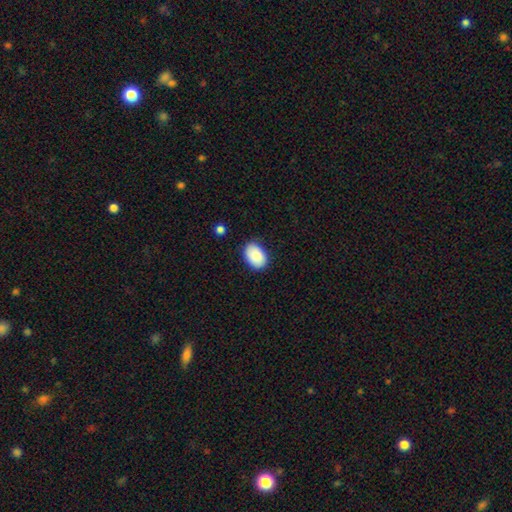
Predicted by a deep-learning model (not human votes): A smooth galaxy with no disk features (88%) that is in between round and cigar-shaped (87%). Merging: none (83%).